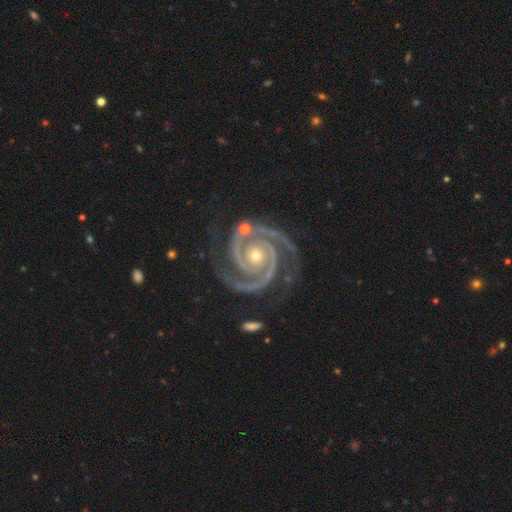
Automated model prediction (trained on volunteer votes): featured or disk 94%, star or artifact 4%, smooth 1%. Down the decision tree: edge-on disk — no (98%); bar — no (73%); spiral arms — yes (99%); spiral arm count — 2 (87%); spiral winding — tight (78%); bulge size — small (62%); merging — none (78%).